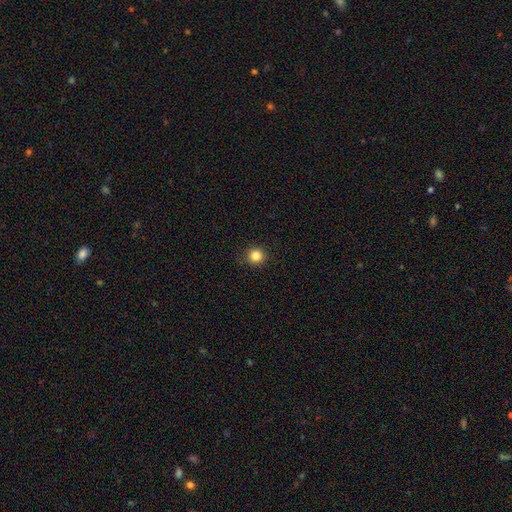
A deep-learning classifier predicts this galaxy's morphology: The model was most divided on "smooth or featured": smooth: 84%, star or artifact: 12%, featured or disk: 4%. More confident: how rounded — round (93%); merging — none (90%).